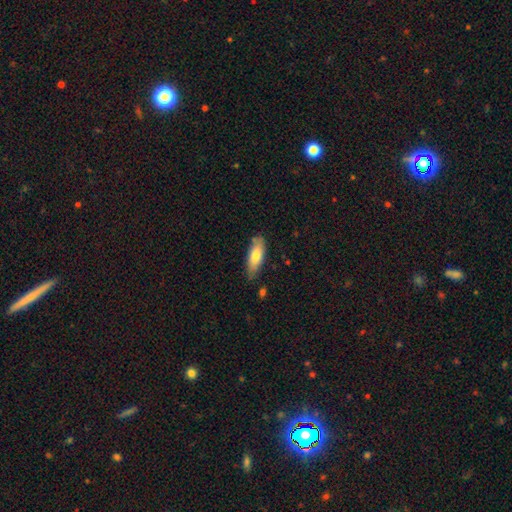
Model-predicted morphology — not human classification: Smooth or featured? Predicted: smooth (p=0.76). How rounded? Predicted: in between (p=0.67). Merging? Predicted: none (p=0.76).